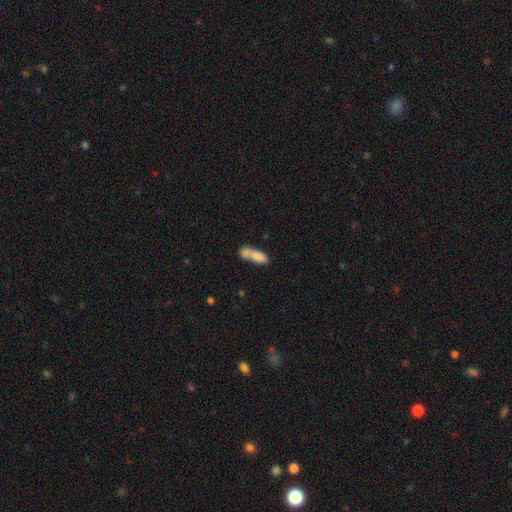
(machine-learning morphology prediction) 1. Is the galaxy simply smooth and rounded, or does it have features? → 79% smooth, 13% featured or disk, 8% star or artifact.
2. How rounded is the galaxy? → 64% in between, 33% cigar-shaped, 4% round.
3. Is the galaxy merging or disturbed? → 52% merger, 29% none, 13% minor disturbance, 6% major disturbance.